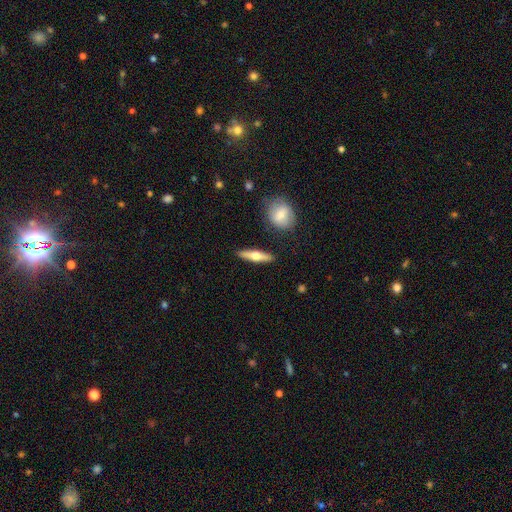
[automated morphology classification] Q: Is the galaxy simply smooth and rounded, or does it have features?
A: featured or disk — 50%.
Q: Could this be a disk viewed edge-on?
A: yes — 92%.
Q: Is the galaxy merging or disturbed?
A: none — 88%.